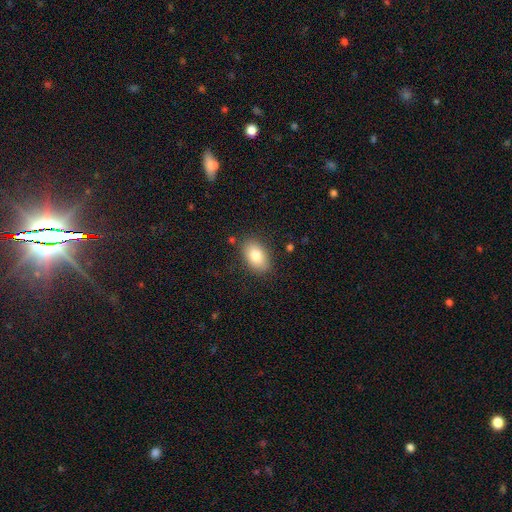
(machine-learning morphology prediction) smooth-or-featured: smooth: 82% | featured or disk: 11% | star or artifact: 7%
  how-rounded: in between: 91% | round: 8% | cigar-shaped: 2%
  merging: none: 84% | minor disturbance: 11% | major disturbance: 3% | merger: 2%